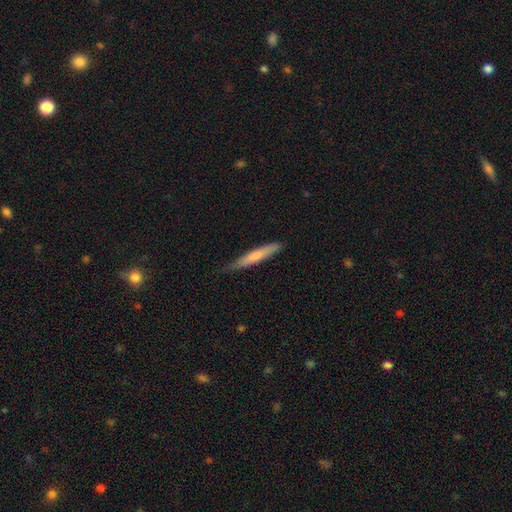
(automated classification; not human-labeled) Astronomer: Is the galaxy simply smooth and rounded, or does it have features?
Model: smooth — 66%.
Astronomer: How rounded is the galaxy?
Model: cigar-shaped — 94%.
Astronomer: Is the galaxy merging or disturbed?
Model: none — 75%.